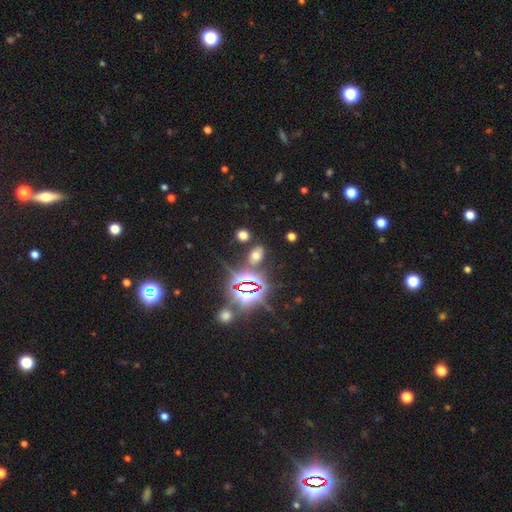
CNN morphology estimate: This is possibly a smooth galaxy (46%). Merging: likely none (78%).